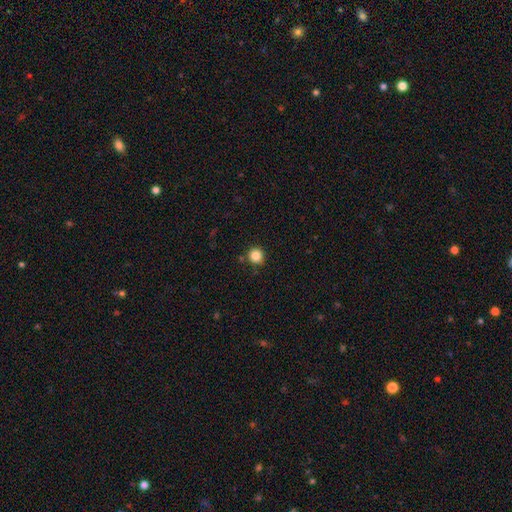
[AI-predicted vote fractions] Q: Smooth or featured?
A: smooth (86%); runner-up: star or artifact (11%)
Q: How rounded?
A: round (92%); runner-up: in between (7%)
Q: Merging?
A: none (86%); runner-up: minor disturbance (8%)